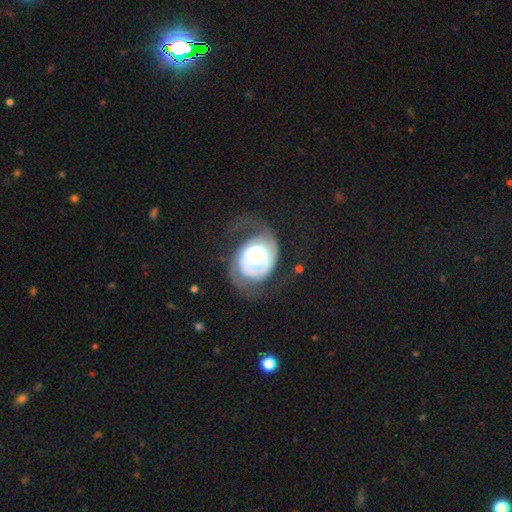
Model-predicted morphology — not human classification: featured or disk 71%, smooth 23%, star or artifact 6%. Down the decision tree: edge-on disk — no (97%); bar — no (76%); spiral arms — yes (83%); spiral arm count — 2 (53%); spiral winding — tight (44%); bulge size — small (53%); merging — none (41%).